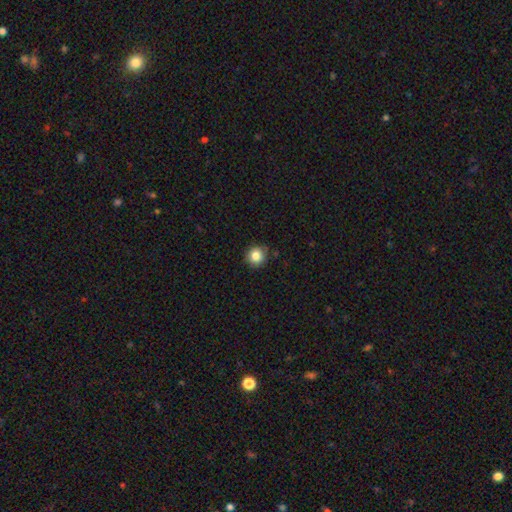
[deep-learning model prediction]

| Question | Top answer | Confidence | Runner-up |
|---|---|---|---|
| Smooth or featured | smooth | 83% | star or artifact (11%) |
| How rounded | round | 93% | in between (6%) |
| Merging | none | 87% | minor disturbance (9%) |